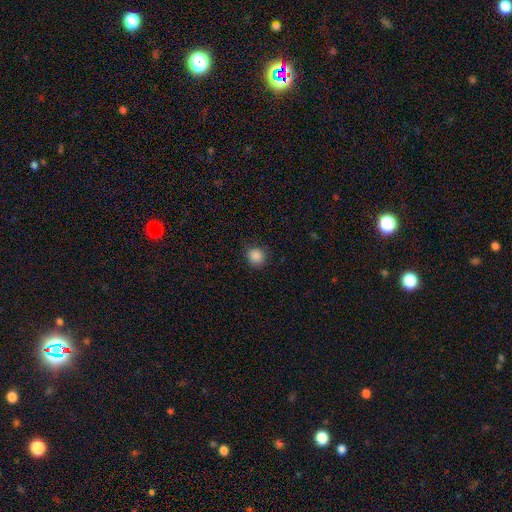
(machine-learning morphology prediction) type=smooth (87%); roundness=round (88%); merging=none (87%).